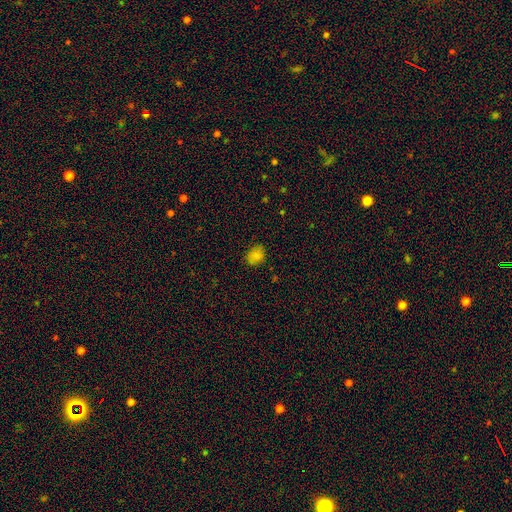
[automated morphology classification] smooth_or_featured: smooth (p=0.83) [alt: star or artifact p=0.12]
how_rounded: in between (p=0.53) [alt: round p=0.46]
merging: none (p=0.82) [alt: minor disturbance p=0.14]